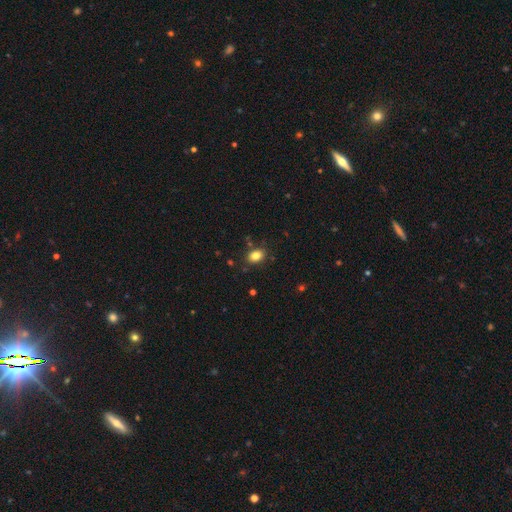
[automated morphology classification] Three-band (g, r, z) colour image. It shows a smooth galaxy with no disk features (83%) that is in between round and cigar-shaped (72%). Merging: none (84%).